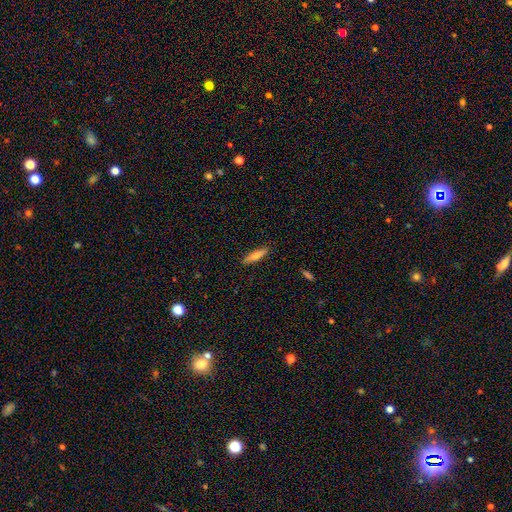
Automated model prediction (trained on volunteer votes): Morphology: type=smooth (57%); roundness=cigar-shaped (79%); merging=none (89%).